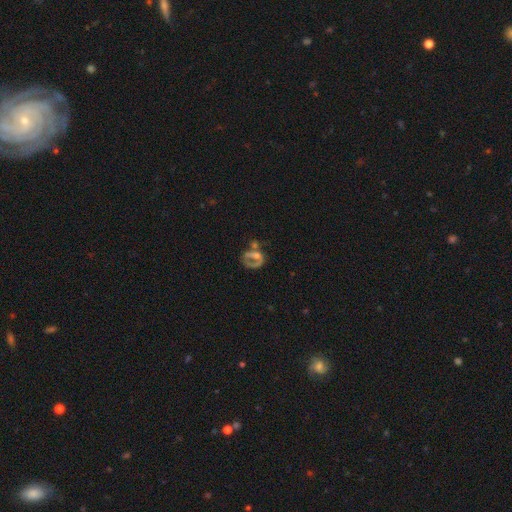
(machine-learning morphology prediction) featured or disk 53%, smooth 30%, star or artifact 17%. Down the decision tree: edge-on disk — no (96%); bar — no (67%); spiral arms — no (64%); bulge size — moderate (32%); merging — none (33%).